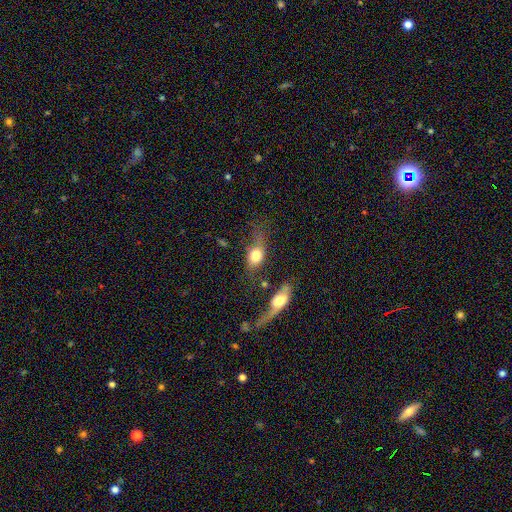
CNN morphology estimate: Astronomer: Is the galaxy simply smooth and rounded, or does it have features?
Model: smooth — 67%.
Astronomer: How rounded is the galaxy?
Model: in between — 67%.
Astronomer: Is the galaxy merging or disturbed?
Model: none — 37% (runner-up: minor disturbance, 23%).